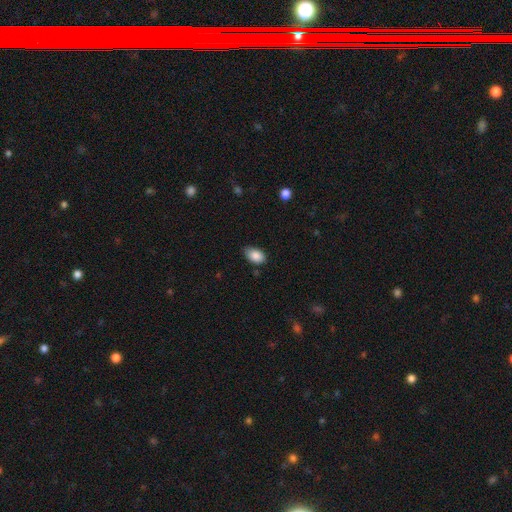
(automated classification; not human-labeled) Overall: smooth (88%). How rounded: in between (90%). Merging: none (68%).